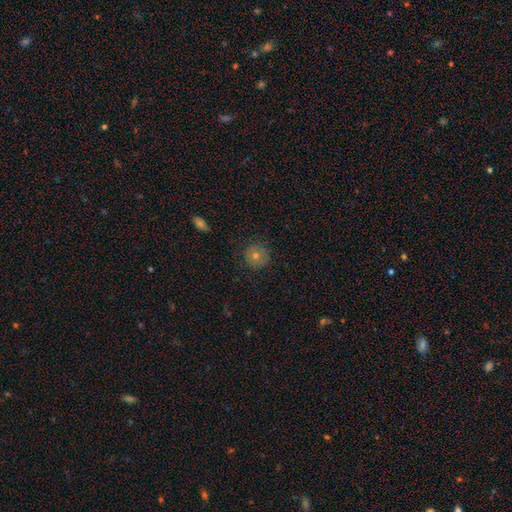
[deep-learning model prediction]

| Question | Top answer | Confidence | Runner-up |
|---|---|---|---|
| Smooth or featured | smooth | 64% | featured or disk (23%) |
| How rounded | round | 94% | in between (5%) |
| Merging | none | 86% | minor disturbance (10%) |